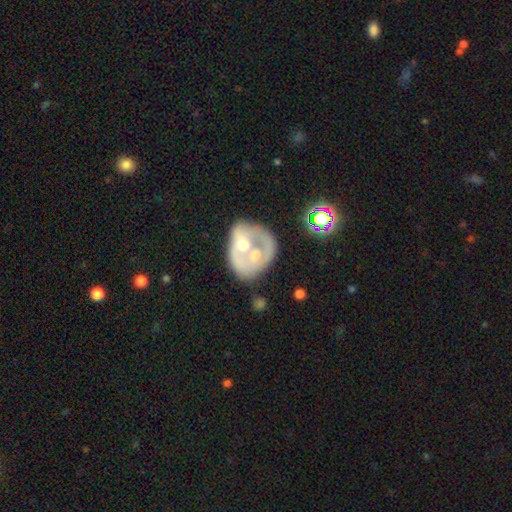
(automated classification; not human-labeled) Smooth or featured?
  - featured or disk: 60% *
  - smooth: 31%
  - star or artifact: 8%
Edge-on disk?
  - no: 97% *
  - yes: 3%
Bar?
  - no: 80% *
  - weak: 14%
  - strong: 6%
Spiral arms?
  - no: 76% *
  - yes: 24%
Bulge size?
  - moderate: 65% *
  - small: 23%
  - large: 5%
  - none: 5%
  - dominant: 2%
Merging?
  - merger: 45% *
  - none: 26%
  - major disturbance: 15%
  - minor disturbance: 14%